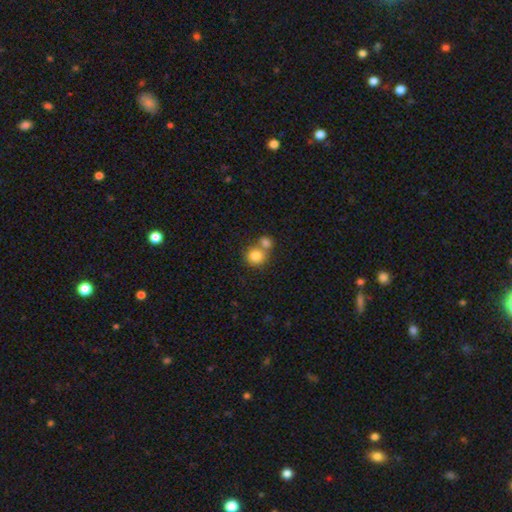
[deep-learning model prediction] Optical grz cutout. It shows a smooth galaxy with no disk features (83%) that is round (84%). Merging: none (47%).